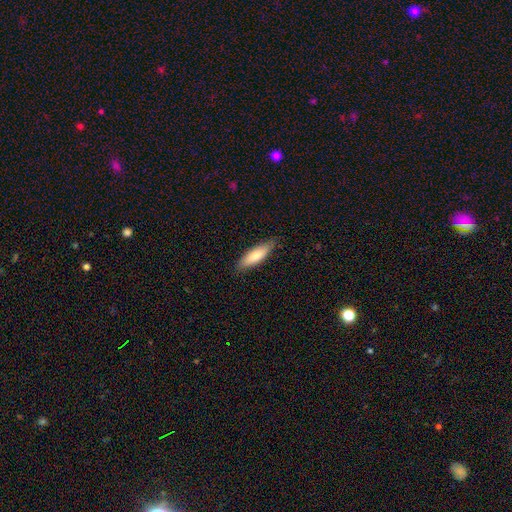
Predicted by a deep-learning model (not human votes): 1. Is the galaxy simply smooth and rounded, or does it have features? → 78% smooth, 17% featured or disk, 6% star or artifact.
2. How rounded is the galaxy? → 55% cigar-shaped, 44% in between, 1% round.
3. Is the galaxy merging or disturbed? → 84% none, 13% minor disturbance, 2% major disturbance, 1% merger.